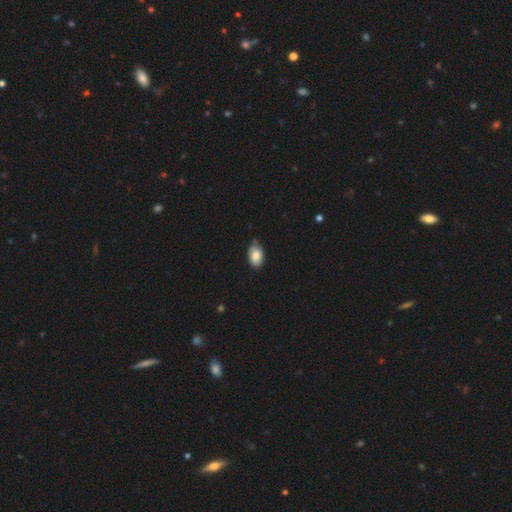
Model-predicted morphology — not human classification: This is clearly a smooth galaxy (82%). How rounded: clearly in between (89%). Merging: likely none (65%).